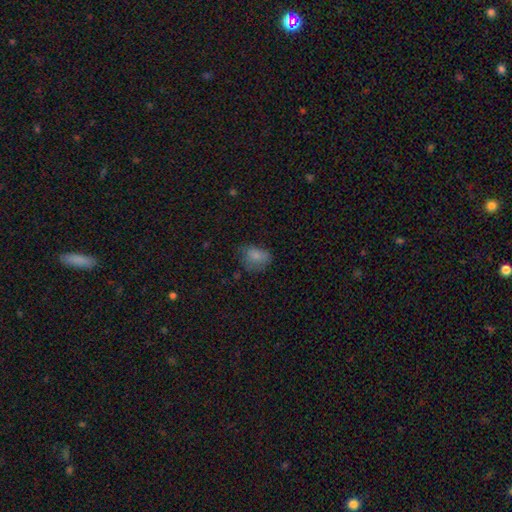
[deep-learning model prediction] smooth-or-featured: smooth: 77% | featured or disk: 12% | star or artifact: 11%
  how-rounded: in between: 62% | round: 37% | cigar-shaped: 1%
  merging: none: 52% | minor disturbance: 30% | major disturbance: 16% | merger: 2%